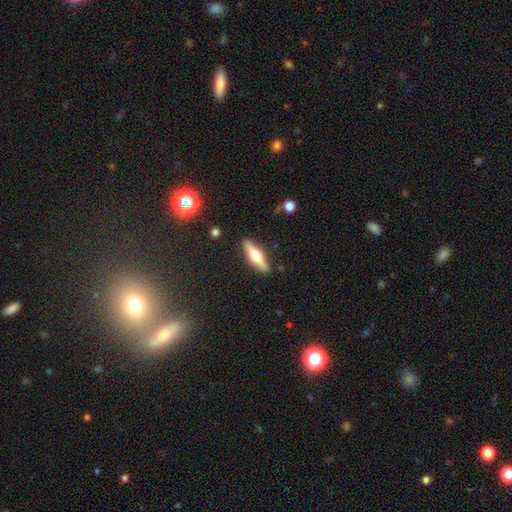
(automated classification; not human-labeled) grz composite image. It shows a featured or disk galaxy (54%) viewed edge-on (94%) with a rounded central bulge (91%). Merging: none (88%).